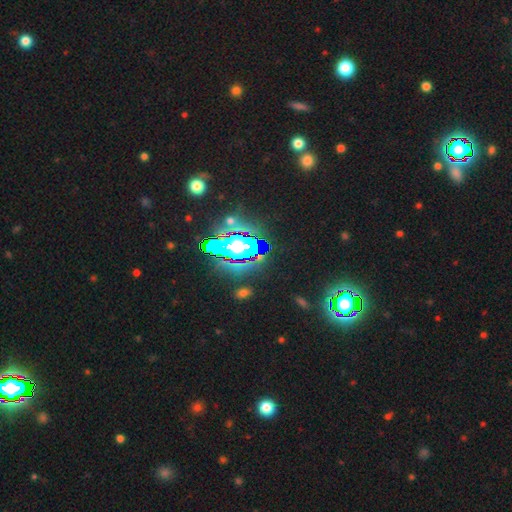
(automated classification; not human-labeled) Smooth or featured?
  - star or artifact: 67% *
  - featured or disk: 17%
  - smooth: 16%